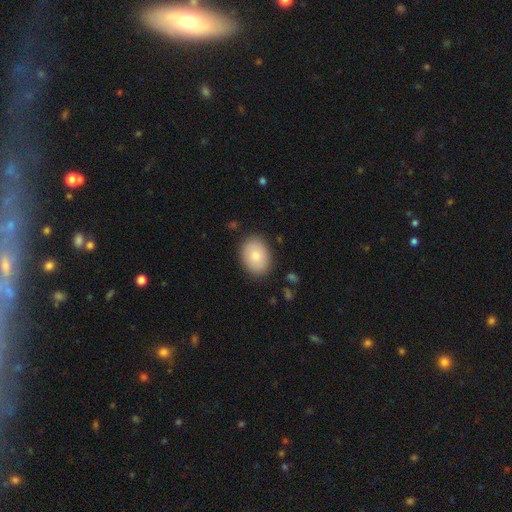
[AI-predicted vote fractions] A smooth galaxy with no disk features (79%) that is in between round and cigar-shaped (68%). Merging: none (85%).